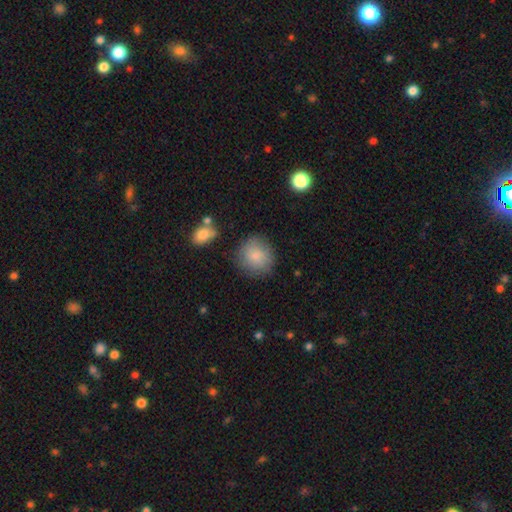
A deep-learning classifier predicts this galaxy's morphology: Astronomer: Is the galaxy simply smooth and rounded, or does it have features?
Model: smooth — 84%.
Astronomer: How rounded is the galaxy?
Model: round — 89%.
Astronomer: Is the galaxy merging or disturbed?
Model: none — 79%.